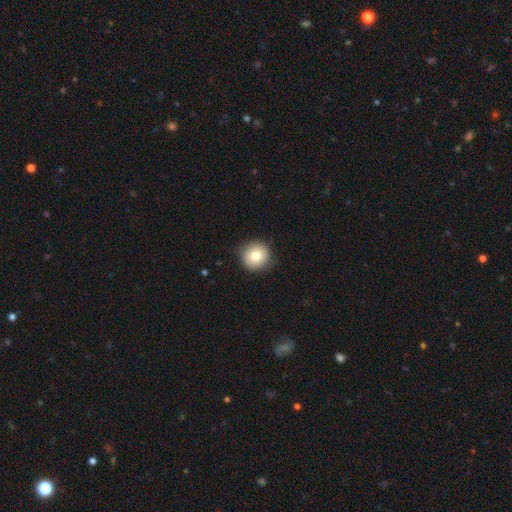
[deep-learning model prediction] Smooth or featured?
  - smooth: 80% *
  - featured or disk: 11%
  - star or artifact: 9%
How rounded?
  - round: 94% *
  - in between: 5%
  - cigar-shaped: 1%
Merging?
  - none: 86% *
  - minor disturbance: 11%
  - major disturbance: 2%
  - merger: 1%